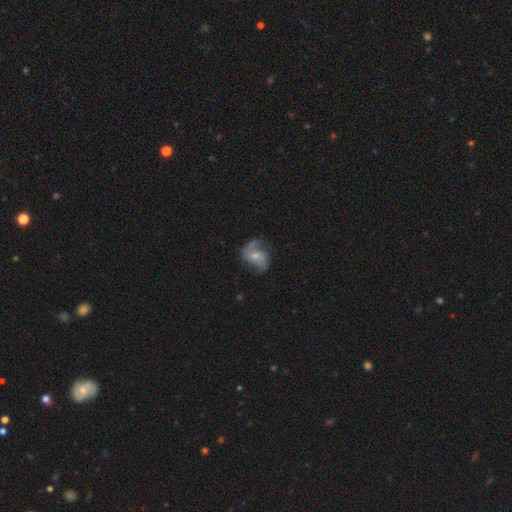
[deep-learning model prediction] Smooth or featured: featured or disk — 70% (smooth — 23%)
Edge-on disk: no — 97% (yes — 3%)
Bar: no — 52% (weak — 38%)
Spiral arms: yes — 90% (no — 10%)
Spiral winding: loose — 47% (medium — 41%)
Spiral arm count: 2 — 78% (1 — 12%)
Bulge size: small — 53% (moderate — 36%)
Merging: none — 56% (minor disturbance — 23%)